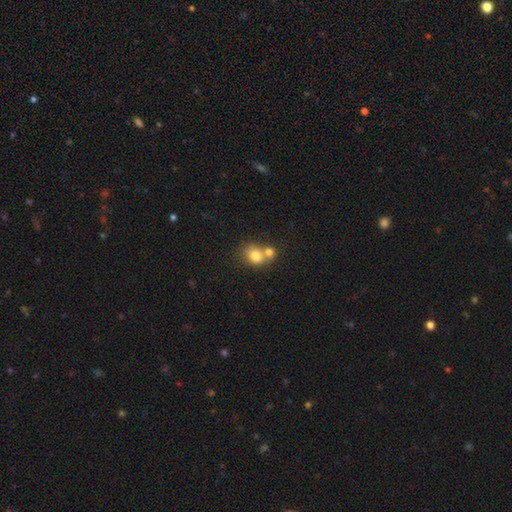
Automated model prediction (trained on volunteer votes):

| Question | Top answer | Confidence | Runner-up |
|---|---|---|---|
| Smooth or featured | smooth | 78% | featured or disk (12%) |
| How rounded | round | 64% | in between (35%) |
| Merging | merger | 55% | none (33%) |